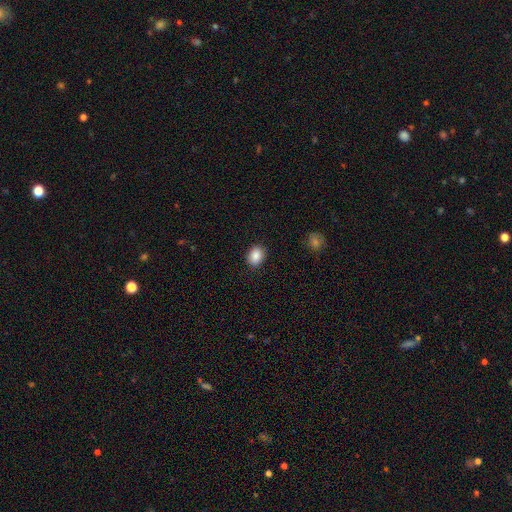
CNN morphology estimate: Smooth or featured?
  - smooth: 87% *
  - star or artifact: 8%
  - featured or disk: 4%
How rounded?
  - in between: 57% *
  - round: 42%
  - cigar-shaped: 1%
Merging?
  - none: 89% *
  - minor disturbance: 7%
  - major disturbance: 2%
  - merger: 1%